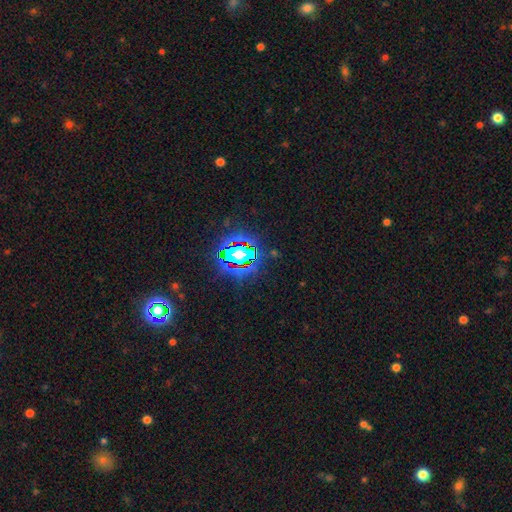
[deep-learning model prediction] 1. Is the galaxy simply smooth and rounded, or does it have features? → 82% star or artifact, 11% smooth, 7% featured or disk.